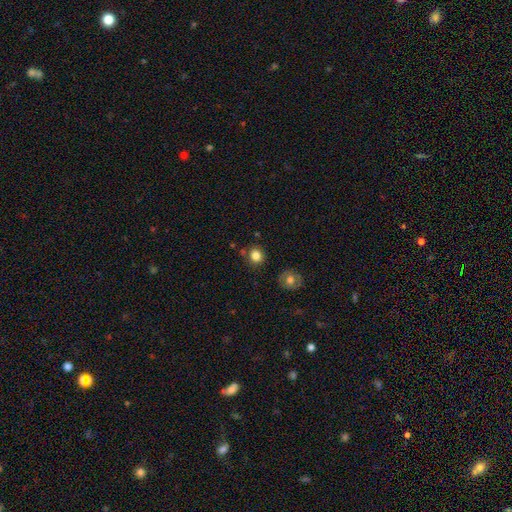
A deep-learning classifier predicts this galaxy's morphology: Q: Smooth or featured?
A: smooth (82%); runner-up: star or artifact (11%)
Q: How rounded?
A: round (84%); runner-up: in between (16%)
Q: Merging?
A: none (82%); runner-up: minor disturbance (11%)